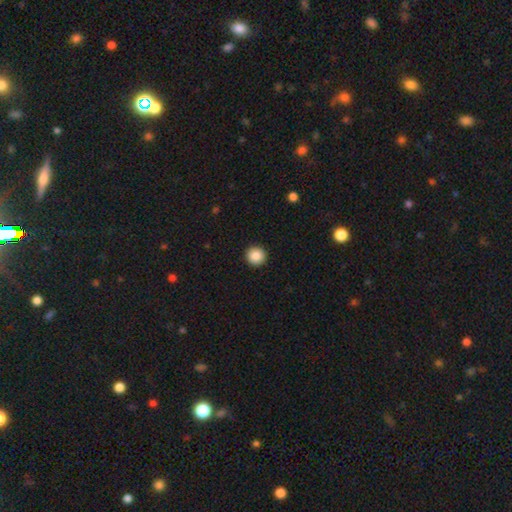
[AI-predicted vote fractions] Smooth or featured? smooth (87%)
How rounded? round (96%)
Merging? none (94%)